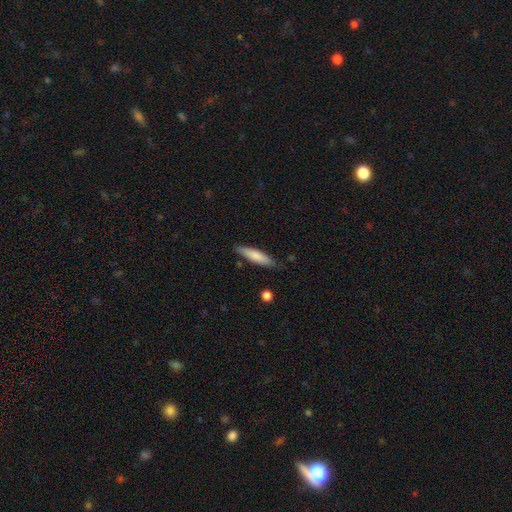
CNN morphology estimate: smooth 77%, featured or disk 18%, star or artifact 6%. Down the decision tree: how rounded — cigar-shaped (77%); merging — none (82%).